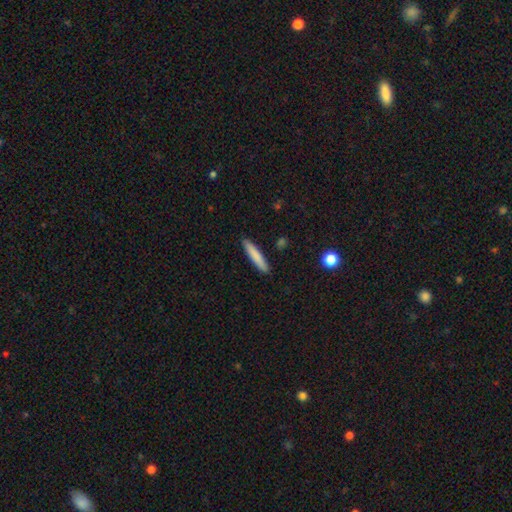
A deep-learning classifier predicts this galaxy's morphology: A smooth galaxy with no disk features (81%) that is cigar-shaped (92%). Merging: none (90%).